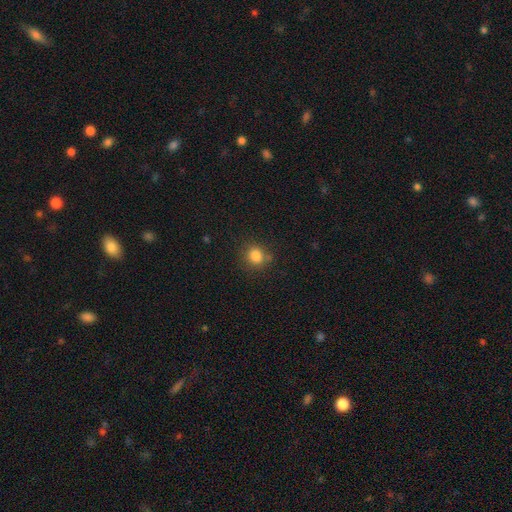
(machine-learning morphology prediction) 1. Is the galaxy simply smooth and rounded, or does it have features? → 84% smooth, 11% star or artifact, 5% featured or disk.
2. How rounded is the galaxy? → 70% round, 29% in between, 1% cigar-shaped.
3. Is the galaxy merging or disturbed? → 74% none, 15% minor disturbance, 7% merger, 4% major disturbance.